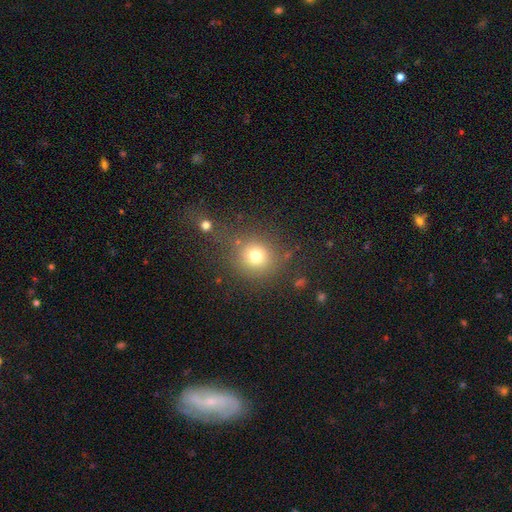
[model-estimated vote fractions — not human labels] Overall: smooth (75%). How rounded: round (88%). Merging: none (72%).